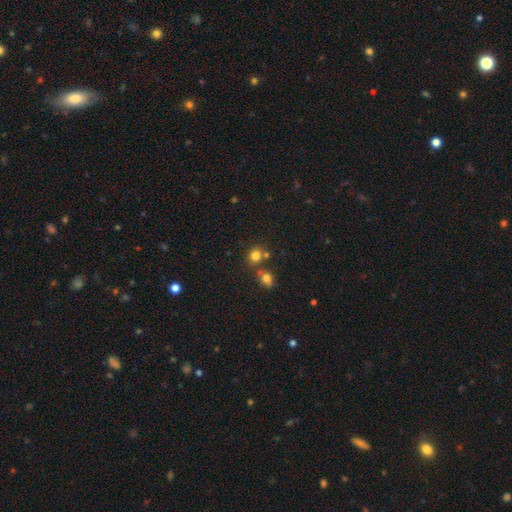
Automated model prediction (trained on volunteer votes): This is likely a smooth galaxy (77%). How rounded: likely round (77%). Merging: likely none (60%).